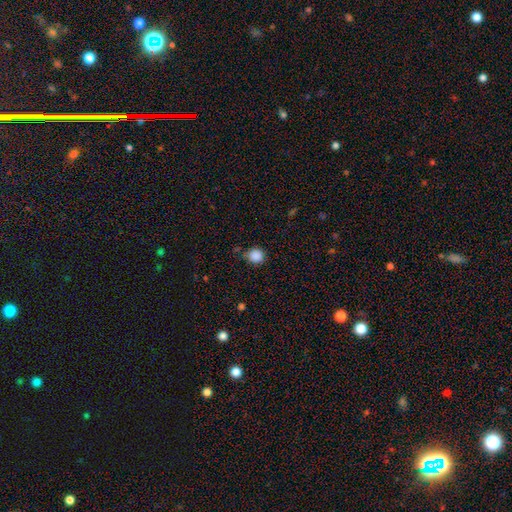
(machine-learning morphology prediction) Smooth or featured? smooth (87%)
How rounded? round (88%)
Merging? none (74%)